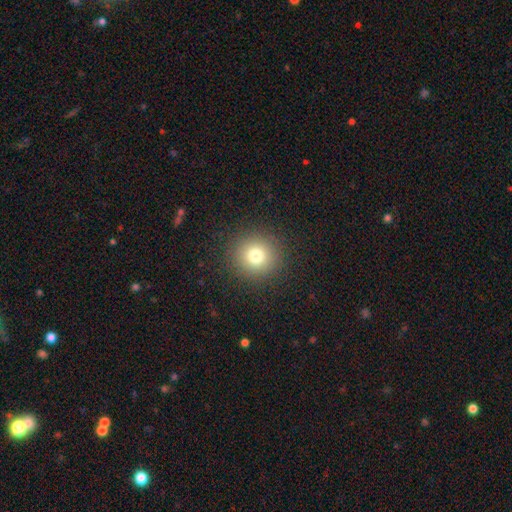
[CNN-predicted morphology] A smooth galaxy with no disk features (77%) that is round (92%). Merging: none (90%).